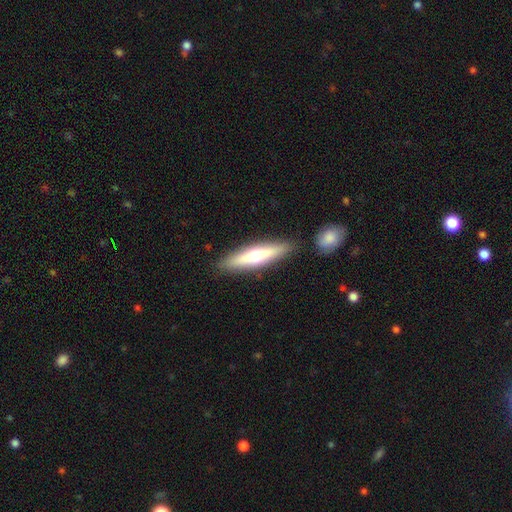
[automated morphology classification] Smooth or featured: smooth — 50% (featured or disk — 45%)
Merging: none — 85% (minor disturbance — 9%)